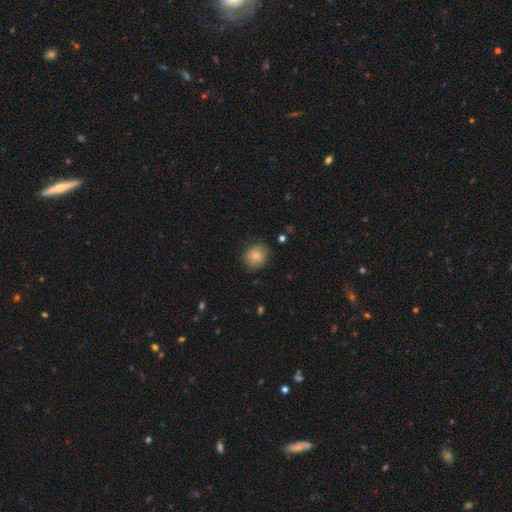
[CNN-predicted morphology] Smooth or featured?
  - smooth: 79% *
  - featured or disk: 12%
  - star or artifact: 9%
How rounded?
  - round: 72% *
  - in between: 27%
  - cigar-shaped: 1%
Merging?
  - none: 79% *
  - minor disturbance: 17%
  - major disturbance: 3%
  - merger: 1%